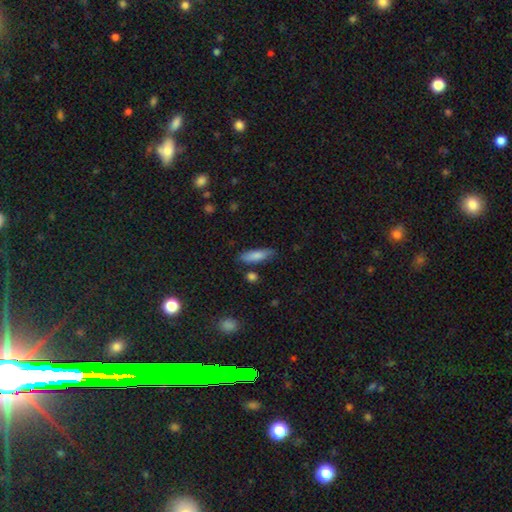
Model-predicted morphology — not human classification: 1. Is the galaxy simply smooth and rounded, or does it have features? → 82% smooth, 12% featured or disk, 7% star or artifact.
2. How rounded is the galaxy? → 57% cigar-shaped, 41% in between, 2% round.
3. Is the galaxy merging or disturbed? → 79% none, 14% minor disturbance, 4% merger, 3% major disturbance.